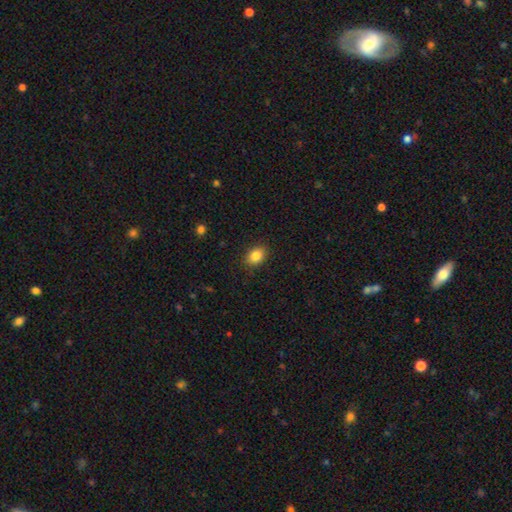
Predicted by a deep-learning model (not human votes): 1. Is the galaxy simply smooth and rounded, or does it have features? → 85% smooth, 9% star or artifact, 6% featured or disk.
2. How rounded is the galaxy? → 73% in between, 25% round, 1% cigar-shaped.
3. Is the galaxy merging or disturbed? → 87% none, 9% minor disturbance, 2% major disturbance, 1% merger.